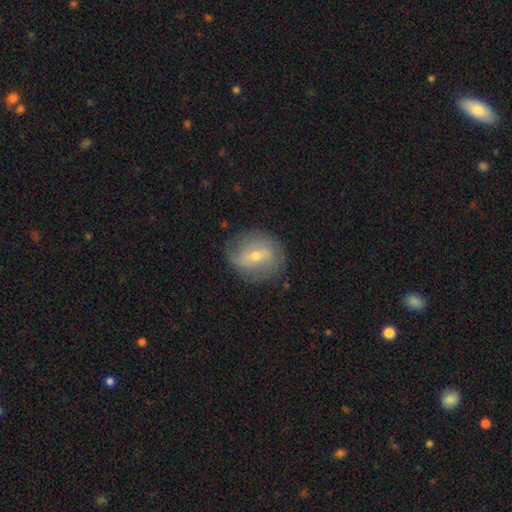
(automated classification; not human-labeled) Q: Smooth or featured?
A: featured or disk (53%); runner-up: smooth (39%)
Q: Edge-on disk?
A: no (93%); runner-up: yes (7%)
Q: Merging?
A: none (78%); runner-up: minor disturbance (15%)